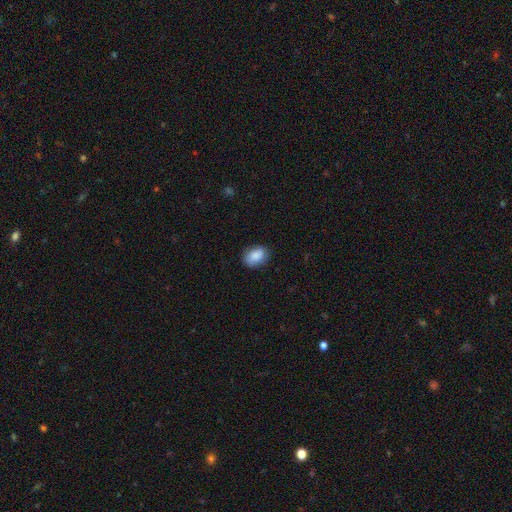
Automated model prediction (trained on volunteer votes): A smooth galaxy with no disk features (86%) that is in between round and cigar-shaped (78%).

Vote fractions:
- Smooth or featured? smooth: 86% / star or artifact: 7% / featured or disk: 7%
- How rounded? in between: 78% / round: 21% / cigar-shaped: 1%
- Merging? none: 81% / minor disturbance: 15% / major disturbance: 3% / merger: 1%